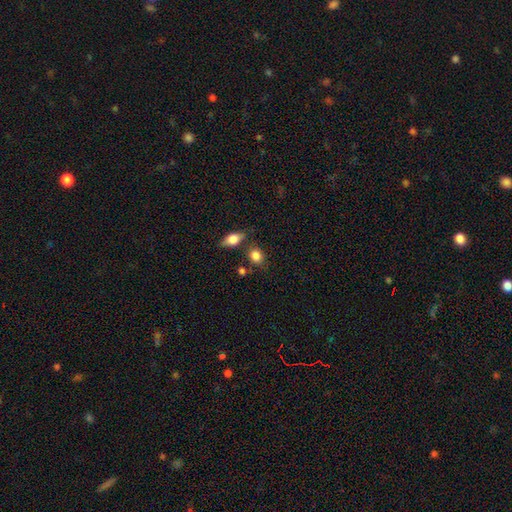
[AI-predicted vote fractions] This is clearly a smooth galaxy (84%). How rounded: possibly in between (53%). Merging: likely none (69%).